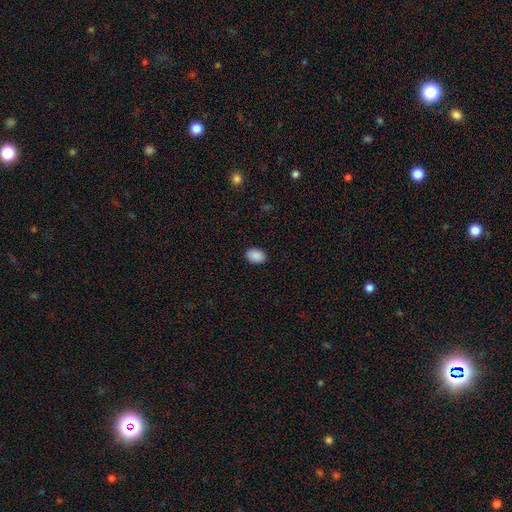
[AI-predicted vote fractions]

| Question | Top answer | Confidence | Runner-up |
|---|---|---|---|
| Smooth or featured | smooth | 90% | star or artifact (8%) |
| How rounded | in between | 78% | round (21%) |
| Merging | none | 89% | minor disturbance (8%) |